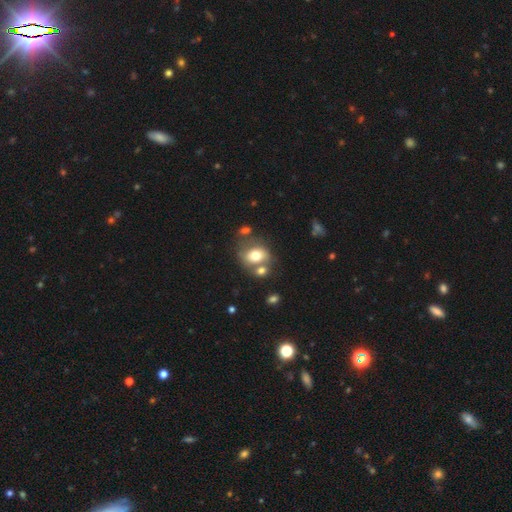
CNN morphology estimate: smooth_or_featured: smooth (p=0.70) [alt: featured or disk p=0.20]
how_rounded: in between (p=0.50) [alt: round p=0.49]
merging: none (p=0.48) [alt: merger p=0.30]